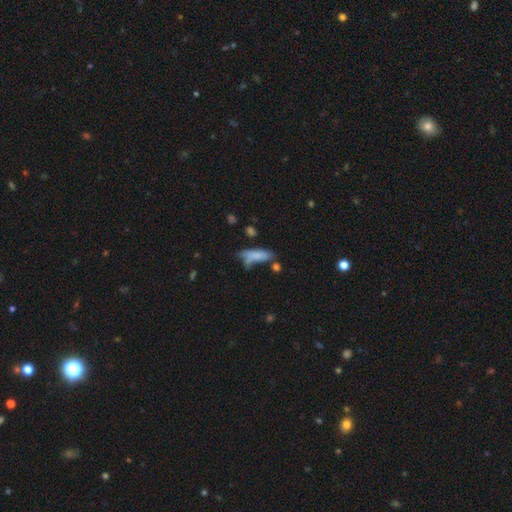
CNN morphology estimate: Smooth or featured: smooth — 73% (featured or disk — 18%)
How rounded: cigar-shaped — 50% (in between — 47%)
Merging: none — 42% (minor disturbance — 25%)